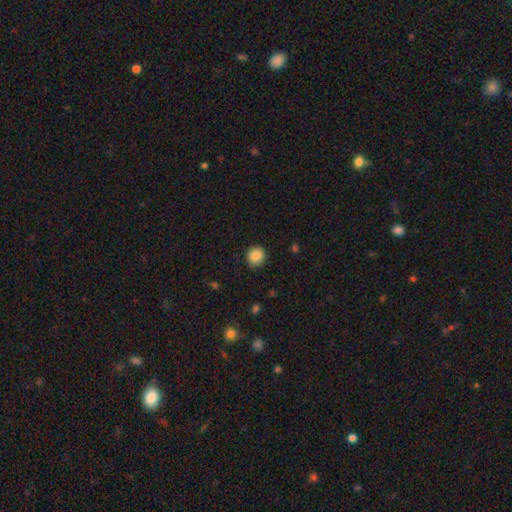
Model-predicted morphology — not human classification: A smooth galaxy with no disk features (87%) that is round (87%).

Vote fractions:
- Smooth or featured? smooth: 87% / star or artifact: 9% / featured or disk: 4%
- How rounded? round: 87% / in between: 12% / cigar-shaped: 1%
- Merging? none: 88% / minor disturbance: 9% / major disturbance: 2% / merger: 1%